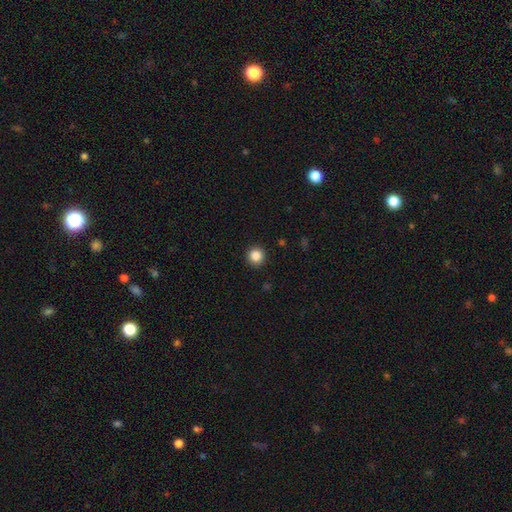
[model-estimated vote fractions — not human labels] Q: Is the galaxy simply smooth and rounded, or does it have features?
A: smooth — 86%.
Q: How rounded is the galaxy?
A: round — 95%.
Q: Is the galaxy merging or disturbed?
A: none — 93%.